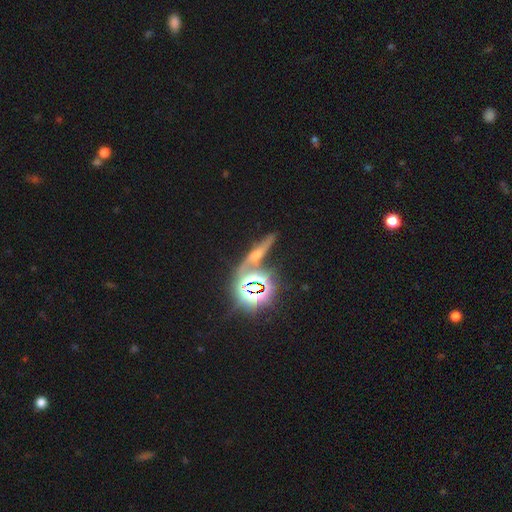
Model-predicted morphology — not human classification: A star or artifact, not a galaxy (41%).